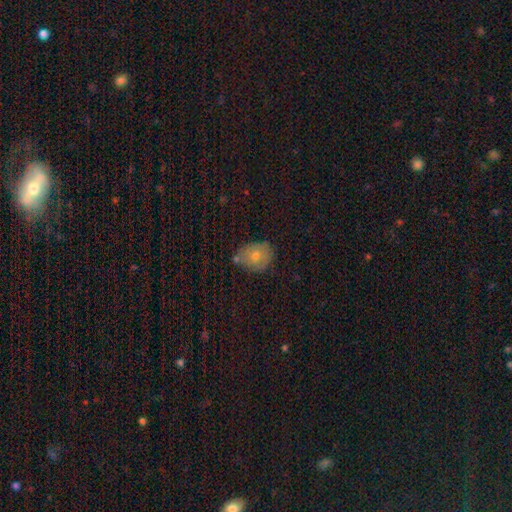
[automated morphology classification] The model was most divided on "how rounded": in between: 56%, round: 42%, cigar-shaped: 1%. More confident: smooth or featured — smooth (70%); merging — none (59%).